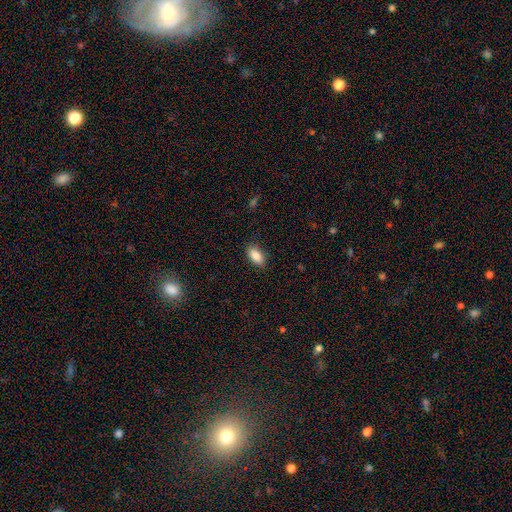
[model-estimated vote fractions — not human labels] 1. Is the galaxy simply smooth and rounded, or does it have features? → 88% smooth, 7% star or artifact, 5% featured or disk.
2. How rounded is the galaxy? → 91% in between, 5% cigar-shaped, 4% round.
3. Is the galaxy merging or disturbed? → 86% none, 11% minor disturbance, 3% major disturbance, 1% merger.